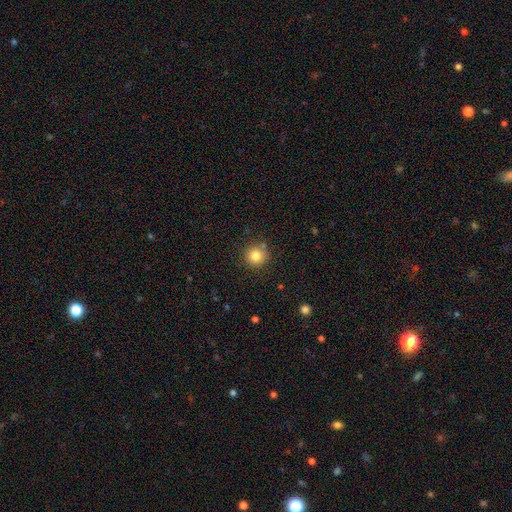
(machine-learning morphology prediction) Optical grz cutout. It shows a smooth galaxy with no disk features (81%) that is round (93%). Merging: none (83%).